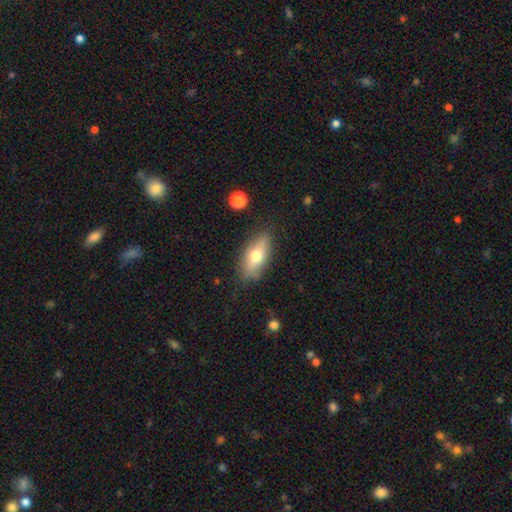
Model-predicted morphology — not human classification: Smooth or featured: smooth — 61% (featured or disk — 32%)
How rounded: in between — 74% (cigar-shaped — 21%)
Merging: none — 82% (minor disturbance — 13%)